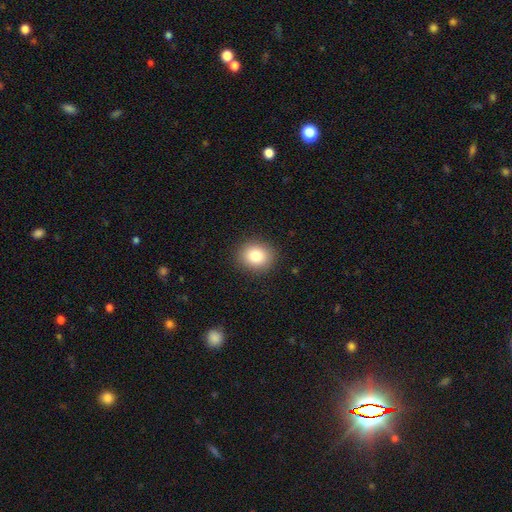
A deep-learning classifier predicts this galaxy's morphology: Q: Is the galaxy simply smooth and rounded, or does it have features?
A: smooth — 84%.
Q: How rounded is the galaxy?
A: round — 71%.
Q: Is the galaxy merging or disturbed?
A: none — 90%.